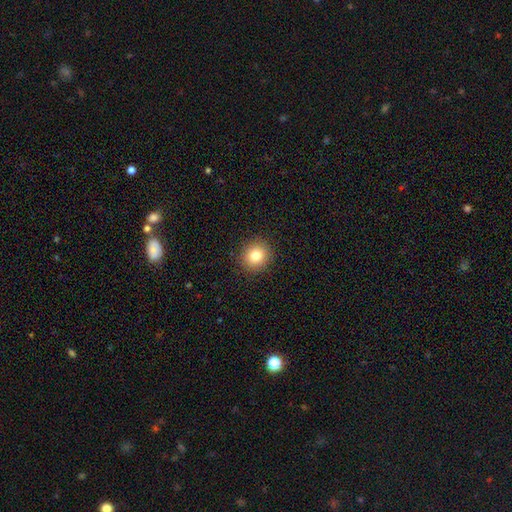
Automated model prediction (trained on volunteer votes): A smooth galaxy with no disk features (82%) that is round (88%). Merging: none (91%).